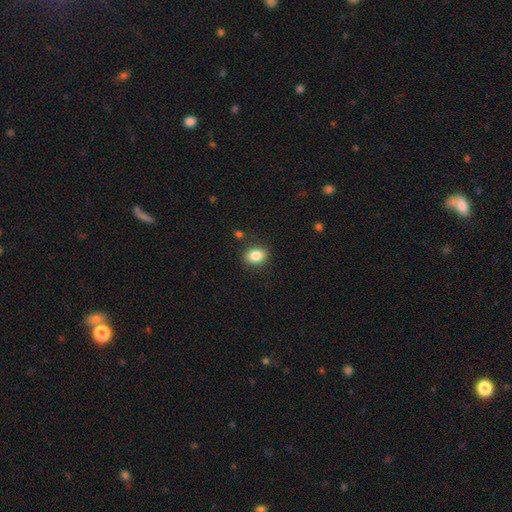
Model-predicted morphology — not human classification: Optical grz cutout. It shows a smooth galaxy with no disk features (84%) that is in between round and cigar-shaped (71%). Merging: none (85%).